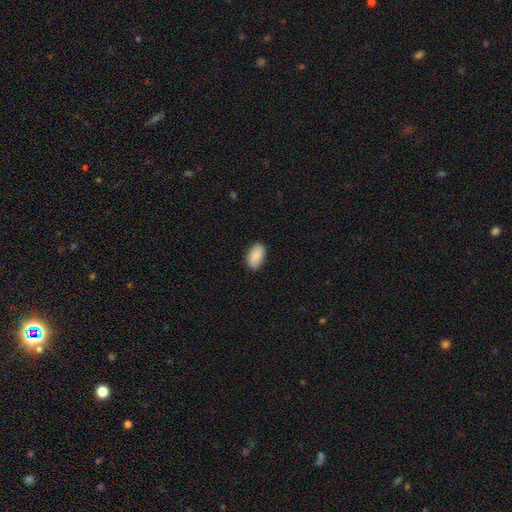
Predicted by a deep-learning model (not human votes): This is clearly a smooth galaxy (89%). How rounded: clearly in between (95%). Merging: clearly none (88%).